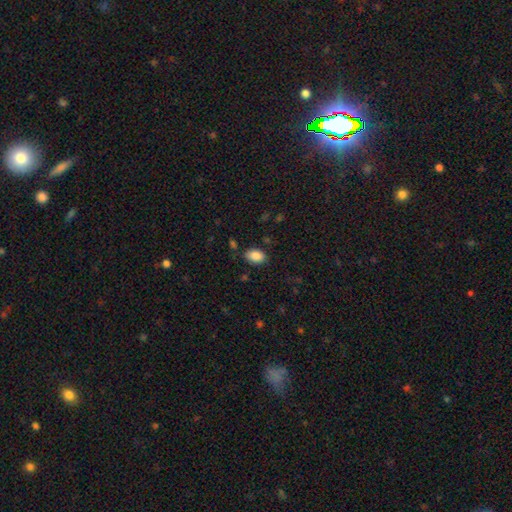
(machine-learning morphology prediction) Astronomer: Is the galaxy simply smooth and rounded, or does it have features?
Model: smooth — 88%.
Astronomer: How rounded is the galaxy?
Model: in between — 88%.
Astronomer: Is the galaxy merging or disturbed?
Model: none — 82%.